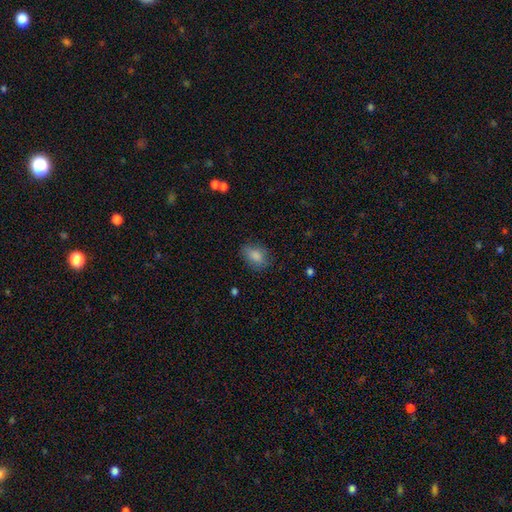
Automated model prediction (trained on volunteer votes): A smooth galaxy with no disk features (83%) that is in between round and cigar-shaped (76%).

Vote fractions:
- Smooth or featured? smooth: 83% / featured or disk: 9% / star or artifact: 8%
- How rounded? in between: 76% / round: 22% / cigar-shaped: 2%
- Merging? none: 74% / minor disturbance: 19% / major disturbance: 5% / merger: 1%